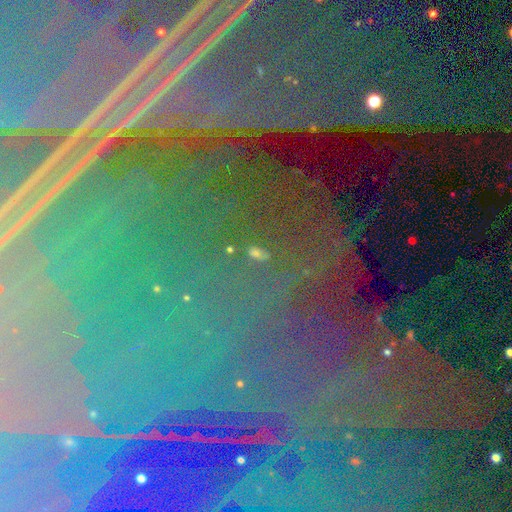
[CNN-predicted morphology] A star or artifact, not a galaxy (86%).

Vote fractions:
- Smooth or featured? star or artifact: 86% / featured or disk: 7% / smooth: 7%